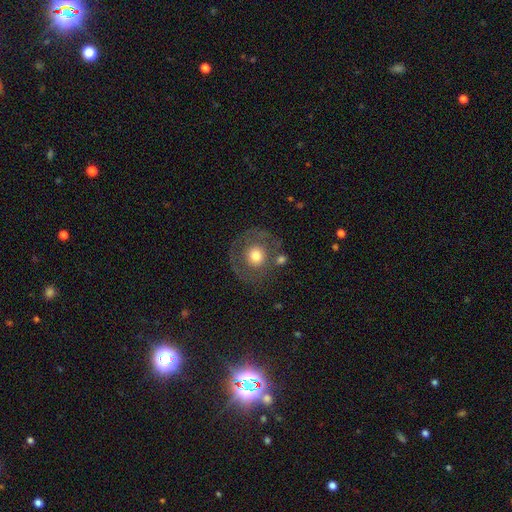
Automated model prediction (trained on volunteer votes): Smooth or featured: smooth — 55% (featured or disk — 36%)
How rounded: round — 91% (in between — 8%)
Merging: none — 68% (minor disturbance — 15%)